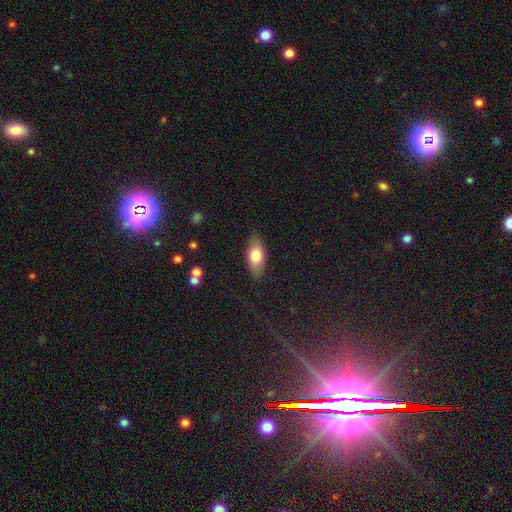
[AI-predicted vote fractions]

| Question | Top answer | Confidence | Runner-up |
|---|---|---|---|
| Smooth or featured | smooth | 74% | featured or disk (20%) |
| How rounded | in between | 85% | cigar-shaped (12%) |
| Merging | none | 85% | minor disturbance (11%) |